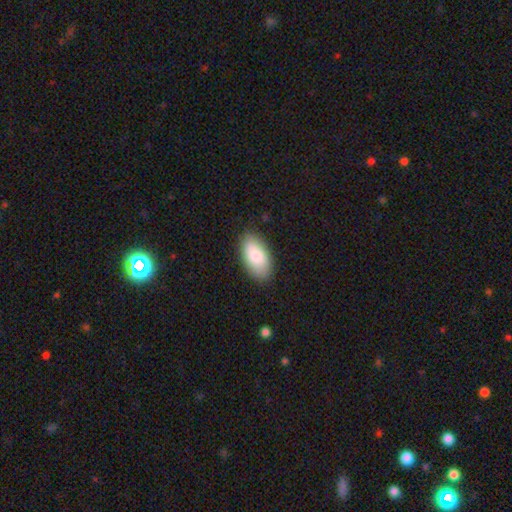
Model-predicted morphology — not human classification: Smooth or featured? Predicted: smooth (p=0.83). How rounded? Predicted: in between (p=0.95). Merging? Predicted: none (p=0.84).